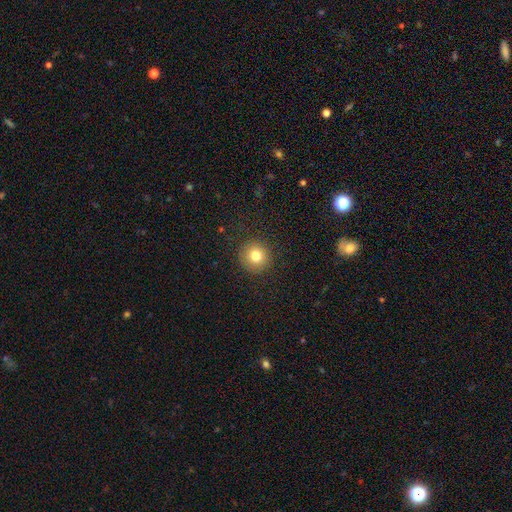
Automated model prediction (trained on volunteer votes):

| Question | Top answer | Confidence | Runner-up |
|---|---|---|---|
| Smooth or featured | smooth | 80% | star or artifact (12%) |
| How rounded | round | 95% | in between (4%) |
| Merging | none | 91% | minor disturbance (6%) |